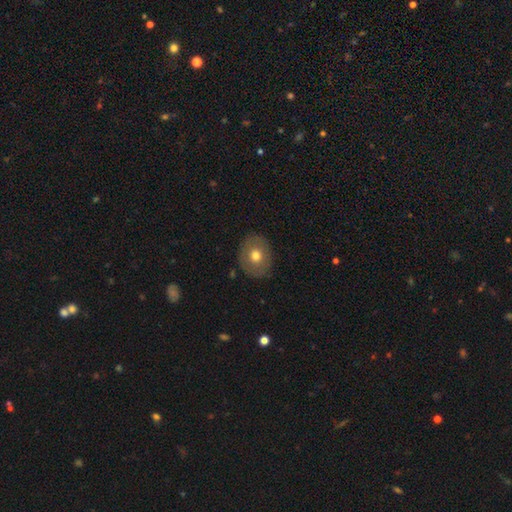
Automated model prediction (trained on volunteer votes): Smooth or featured: smooth — 68% (featured or disk — 25%)
How rounded: round — 53% (in between — 46%)
Merging: none — 86% (minor disturbance — 9%)